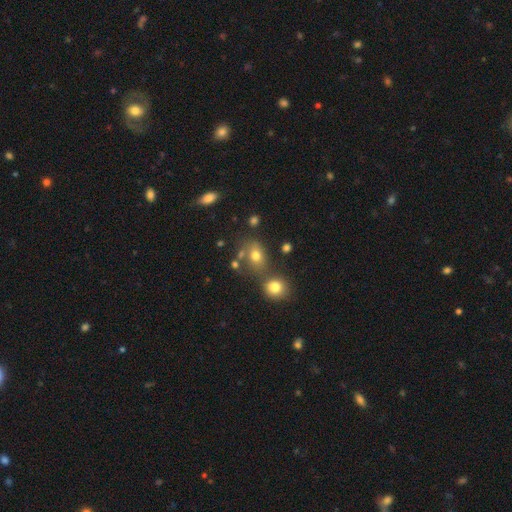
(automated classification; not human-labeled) Smooth or featured? Predicted: smooth (p=0.72). How rounded? Predicted: in between (p=0.57). Merging? Predicted: none (p=0.54).